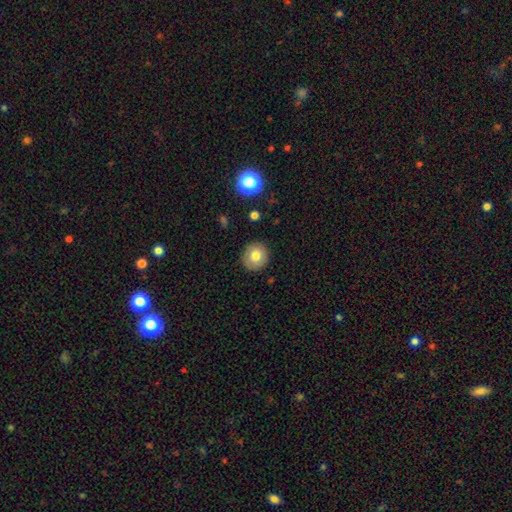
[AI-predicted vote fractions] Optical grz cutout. It shows a smooth galaxy with no disk features (76%) that is round (89%). Merging: none (90%).